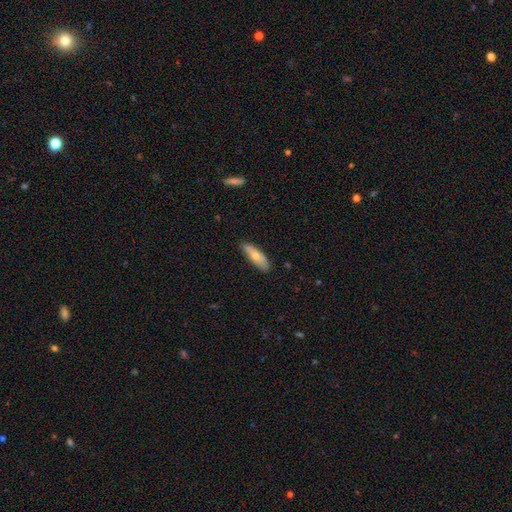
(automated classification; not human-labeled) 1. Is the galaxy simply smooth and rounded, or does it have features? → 72% smooth, 22% featured or disk, 6% star or artifact.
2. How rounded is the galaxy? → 51% cigar-shaped, 47% in between, 2% round.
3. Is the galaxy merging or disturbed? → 77% none, 19% minor disturbance, 3% major disturbance, 1% merger.